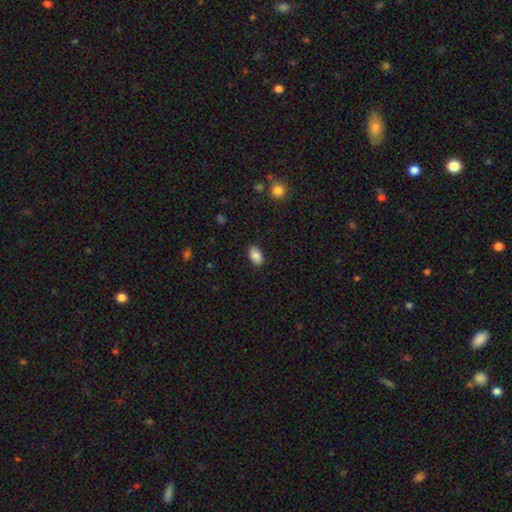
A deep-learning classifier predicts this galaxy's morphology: Smooth or featured: smooth — 85% (featured or disk — 8%)
How rounded: in between — 91% (round — 7%)
Merging: none — 87% (minor disturbance — 10%)